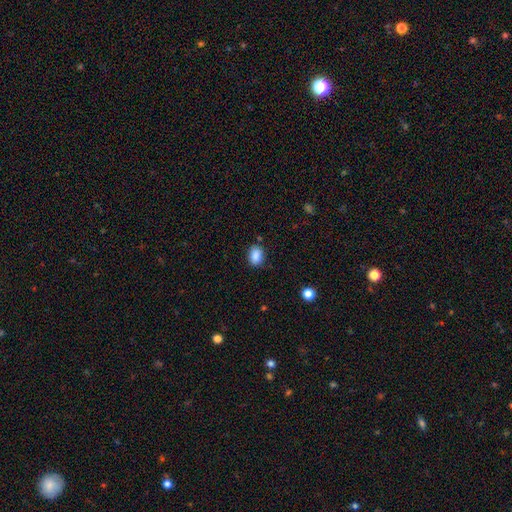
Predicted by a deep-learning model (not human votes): Smooth or featured? Predicted: smooth (p=0.87). How rounded? Predicted: in between (p=0.70). Merging? Predicted: none (p=0.79).